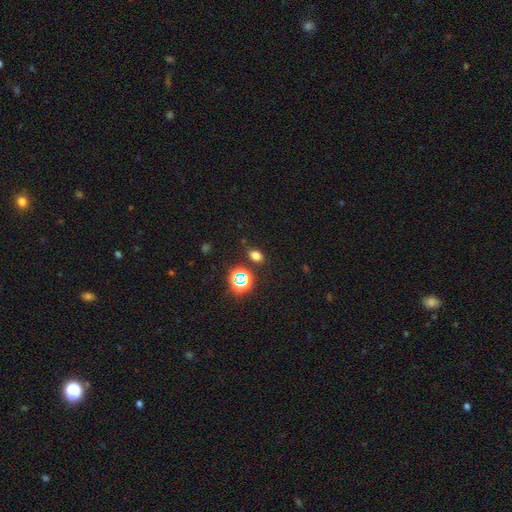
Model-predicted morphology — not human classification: This is likely a smooth galaxy (69%). How rounded: likely in between (71%). Merging: clearly none (83%).